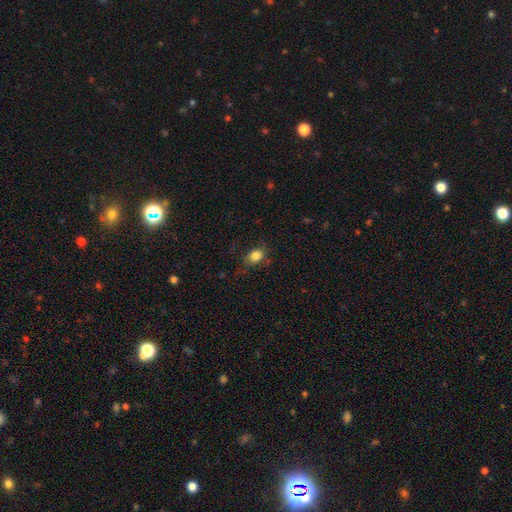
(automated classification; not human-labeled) A smooth galaxy with no disk features (83%) that is in between round and cigar-shaped (66%). Merging: none (68%).